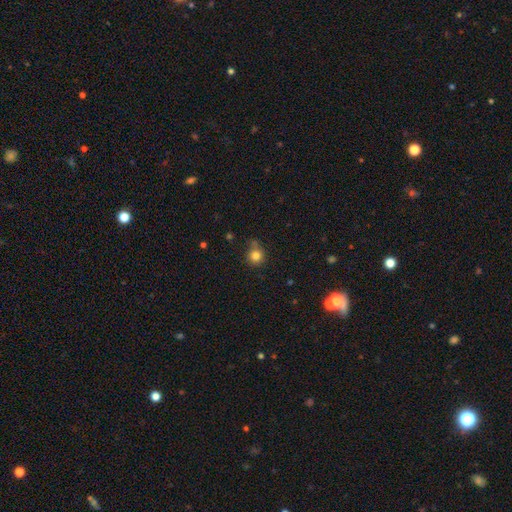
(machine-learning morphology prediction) Q: Smooth or featured?
A: smooth (81%); runner-up: star or artifact (12%)
Q: How rounded?
A: round (89%); runner-up: in between (10%)
Q: Merging?
A: none (68%); runner-up: minor disturbance (20%)